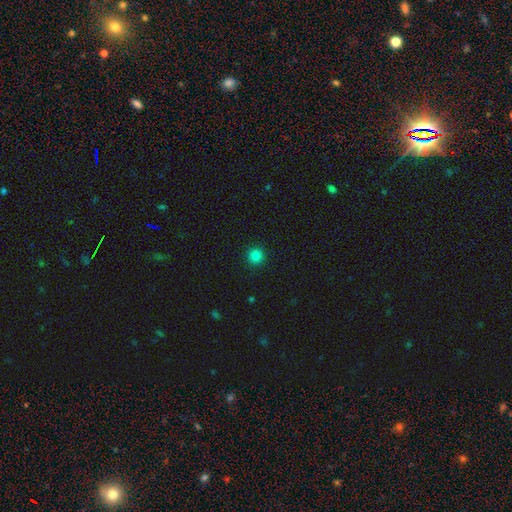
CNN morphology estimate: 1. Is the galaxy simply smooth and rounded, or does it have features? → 82% smooth, 13% star or artifact, 5% featured or disk.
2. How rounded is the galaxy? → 95% round, 4% in between, 1% cigar-shaped.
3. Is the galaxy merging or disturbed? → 93% none, 4% minor disturbance, 2% major disturbance, 1% merger.